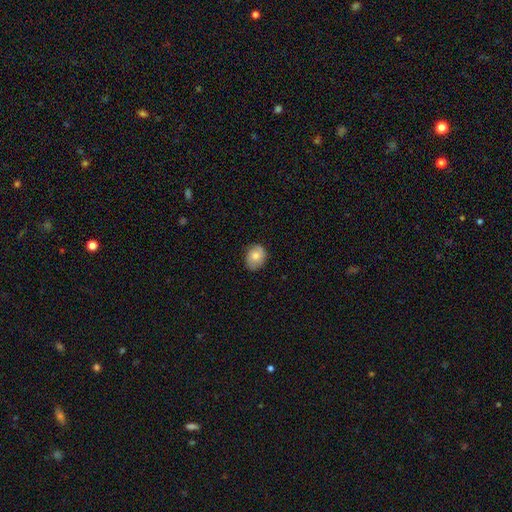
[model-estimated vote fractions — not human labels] This appears to be a smooth galaxy with no disk features (76%) that is round (55%). Merging: none (79%).